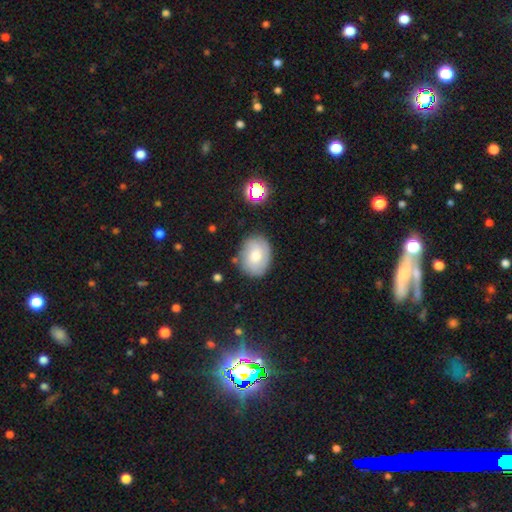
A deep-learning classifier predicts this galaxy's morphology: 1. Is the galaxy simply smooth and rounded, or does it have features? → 57% smooth, 33% featured or disk, 10% star or artifact.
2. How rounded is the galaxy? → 57% in between, 42% round, 1% cigar-shaped.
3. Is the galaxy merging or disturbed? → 78% none, 16% minor disturbance, 4% major disturbance, 2% merger.